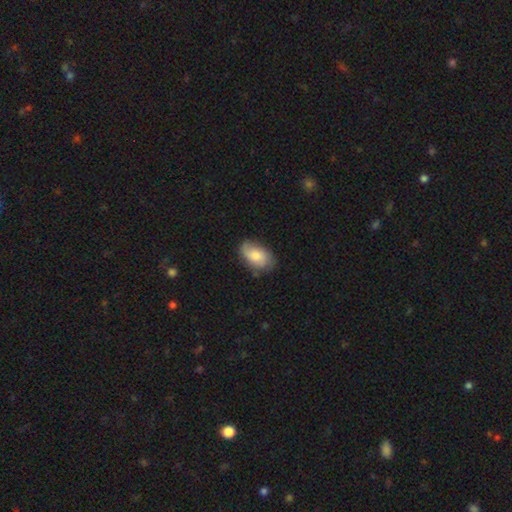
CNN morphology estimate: This appears to be a smooth galaxy with no disk features (68%) that is in between round and cigar-shaped (91%). Merging: none (71%).